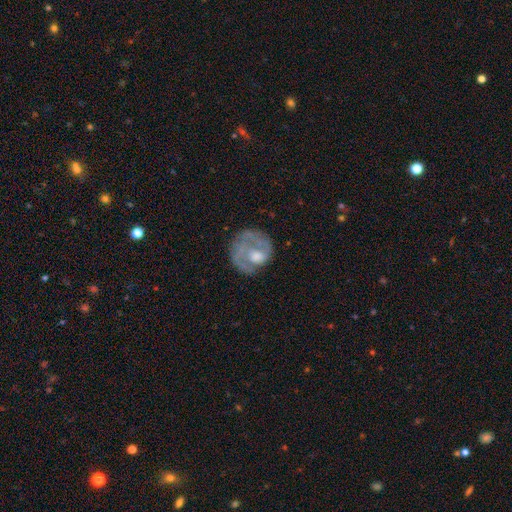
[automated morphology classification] The model was most divided on "spiral arms": yes: 51%, no: 49%. More confident: edge-on disk — no (97%); bar — no (79%); smooth or featured — featured or disk (59%); bulge size — moderate (55%); merging — none (54%).